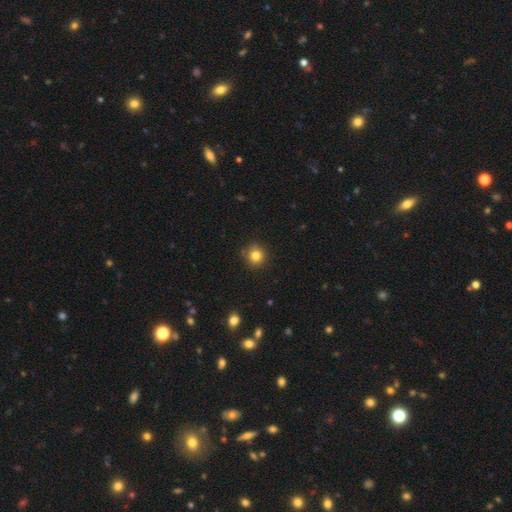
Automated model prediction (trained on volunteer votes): A smooth galaxy with no disk features (81%) that is round (92%). Merging: none (86%).